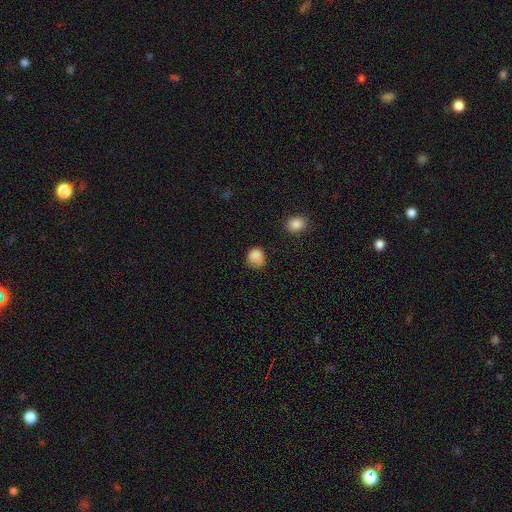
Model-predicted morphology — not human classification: smooth-or-featured: smooth: 85% | star or artifact: 10% | featured or disk: 5%
  how-rounded: round: 76% | in between: 23% | cigar-shaped: 1%
  merging: none: 60% | minor disturbance: 29% | major disturbance: 8% | merger: 3%